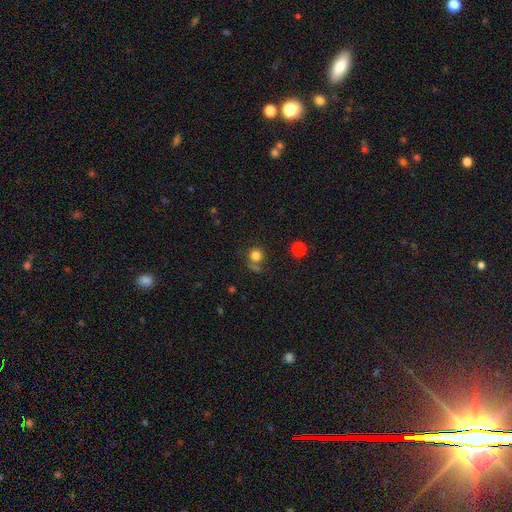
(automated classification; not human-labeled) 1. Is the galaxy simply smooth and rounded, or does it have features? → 79% smooth, 14% star or artifact, 7% featured or disk.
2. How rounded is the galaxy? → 89% round, 10% in between, 1% cigar-shaped.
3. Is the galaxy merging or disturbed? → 62% none, 15% minor disturbance, 14% merger, 9% major disturbance.